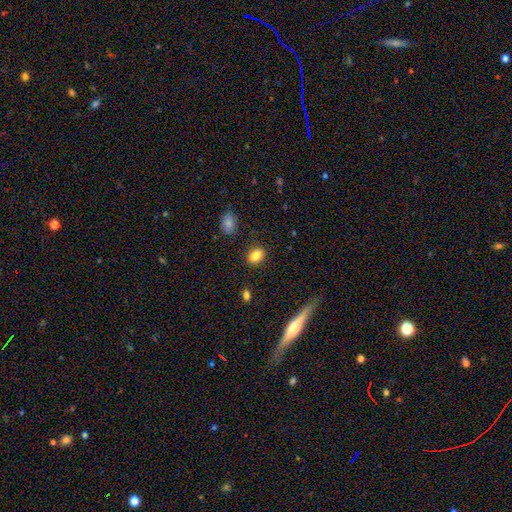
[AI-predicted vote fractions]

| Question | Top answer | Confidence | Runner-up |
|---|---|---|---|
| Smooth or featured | smooth | 85% | star or artifact (9%) |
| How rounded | in between | 79% | round (19%) |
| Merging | none | 87% | minor disturbance (9%) |